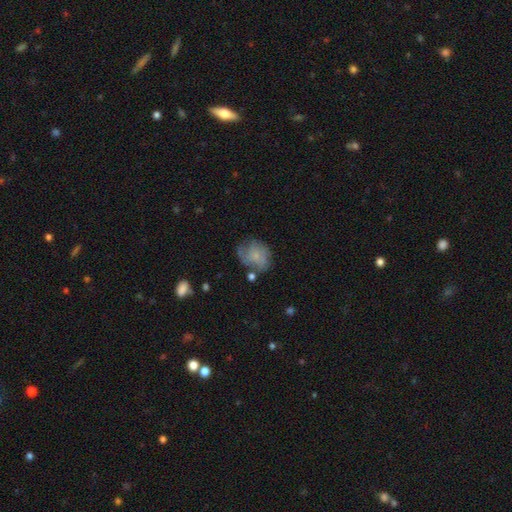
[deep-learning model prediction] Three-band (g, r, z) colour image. It shows a smooth galaxy with no disk features (58%) that is round (54%). Merging: none (48%).